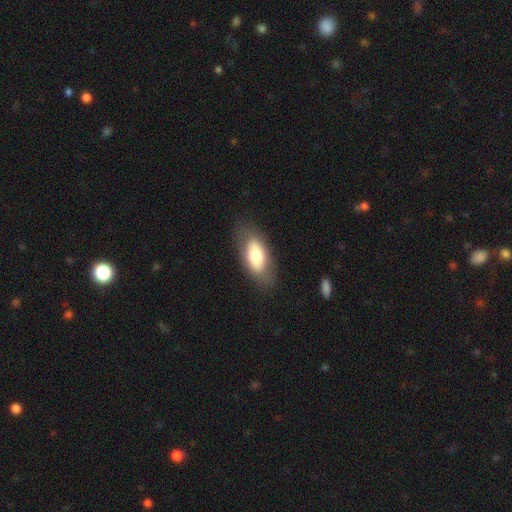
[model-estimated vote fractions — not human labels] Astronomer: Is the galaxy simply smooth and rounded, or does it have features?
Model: smooth — 67%.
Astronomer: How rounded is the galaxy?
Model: in between — 90%.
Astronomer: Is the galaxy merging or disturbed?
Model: none — 79%.